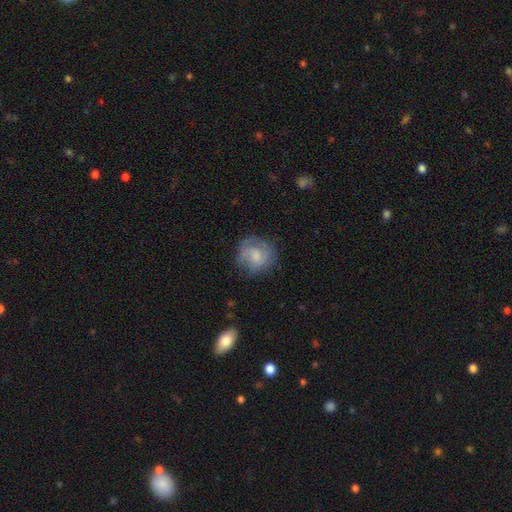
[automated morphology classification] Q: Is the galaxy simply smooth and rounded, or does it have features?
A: featured or disk — 48%.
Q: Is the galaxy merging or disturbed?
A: none — 68%.